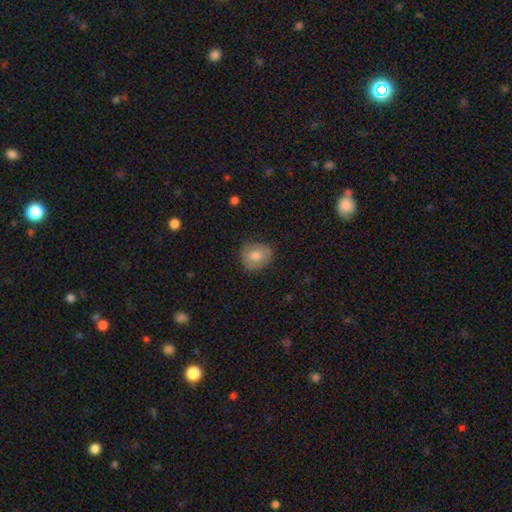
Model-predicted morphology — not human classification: type=smooth (69%); roundness=round (70%); merging=none (79%).